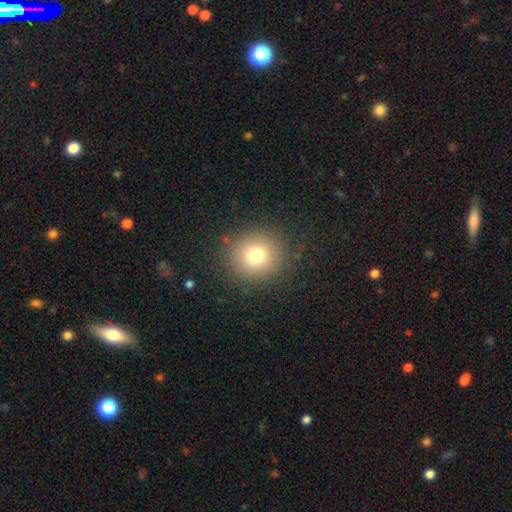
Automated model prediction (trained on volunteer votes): Smooth or featured? smooth (74%)
How rounded? round (93%)
Merging? none (87%)